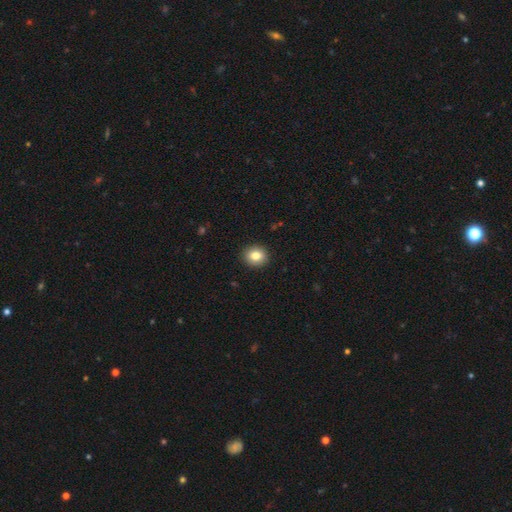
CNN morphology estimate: A smooth galaxy with no disk features (83%) that is round (75%).

Vote fractions:
- Smooth or featured? smooth: 83% / star or artifact: 10% / featured or disk: 8%
- How rounded? round: 75% / in between: 24% / cigar-shaped: 1%
- Merging? none: 91% / minor disturbance: 6% / major disturbance: 2% / merger: 1%